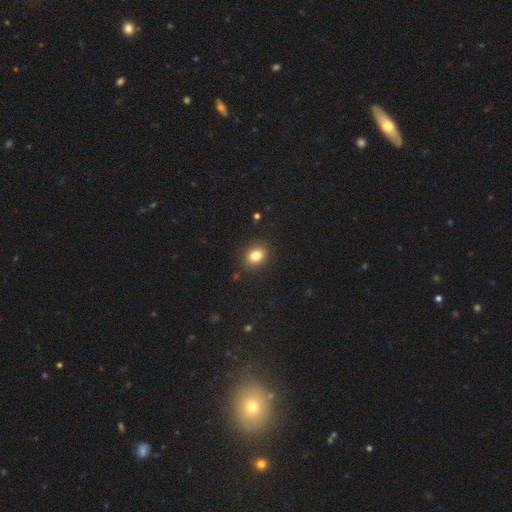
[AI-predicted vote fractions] Smooth or featured? Predicted: smooth (p=0.82). How rounded? Predicted: in between (p=0.57). Merging? Predicted: none (p=0.87).